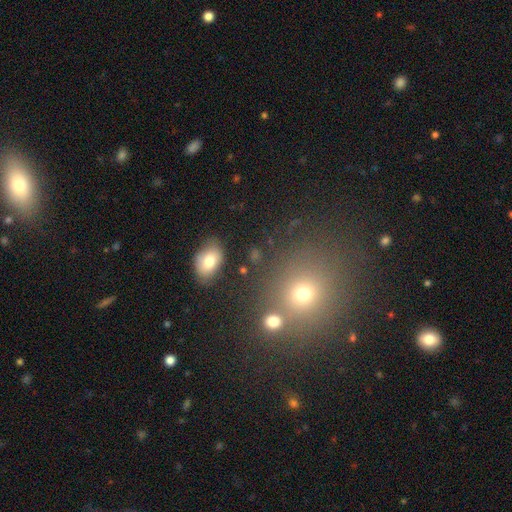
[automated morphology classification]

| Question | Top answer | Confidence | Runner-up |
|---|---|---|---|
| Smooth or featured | smooth | 65% | star or artifact (23%) |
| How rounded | in between | 57% | round (40%) |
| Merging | none | 76% | minor disturbance (11%) |